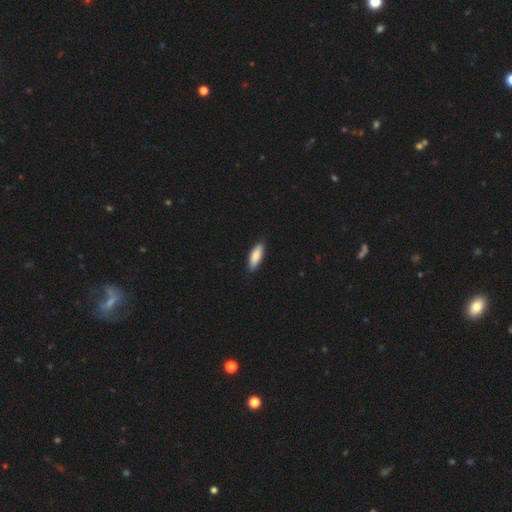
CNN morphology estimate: Smooth or featured? smooth (85%)
How rounded? in between (63%)
Merging? none (87%)